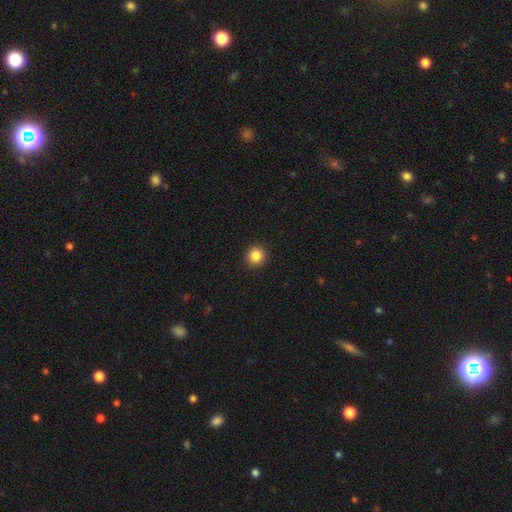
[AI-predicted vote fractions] Smooth or featured? smooth (86%)
How rounded? round (96%)
Merging? none (93%)